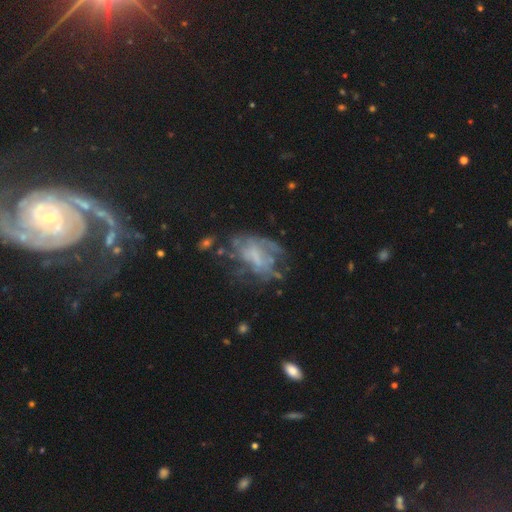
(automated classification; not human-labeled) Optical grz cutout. It shows a featured or disk galaxy (65%) with no bar (65%), no spiral arms (62%) and no central bulge (54%). Merging: none (40%).